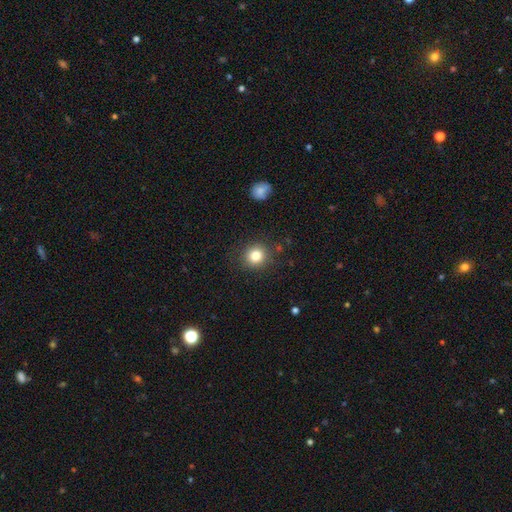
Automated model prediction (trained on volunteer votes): A smooth galaxy with no disk features (83%) that is round (86%). Merging: none (87%).